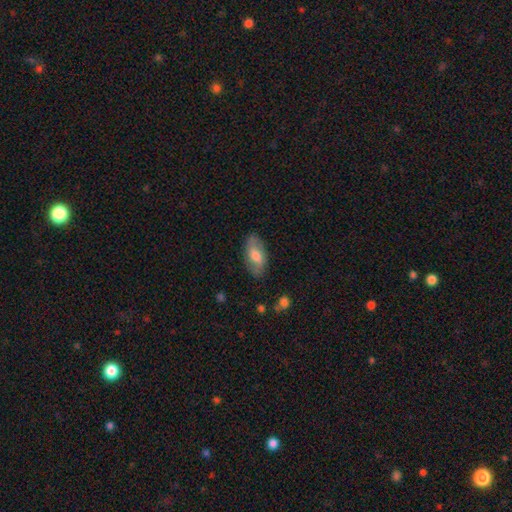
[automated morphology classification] Smooth or featured: smooth — 63% (featured or disk — 31%)
How rounded: in between — 91% (cigar-shaped — 5%)
Merging: none — 78% (minor disturbance — 16%)